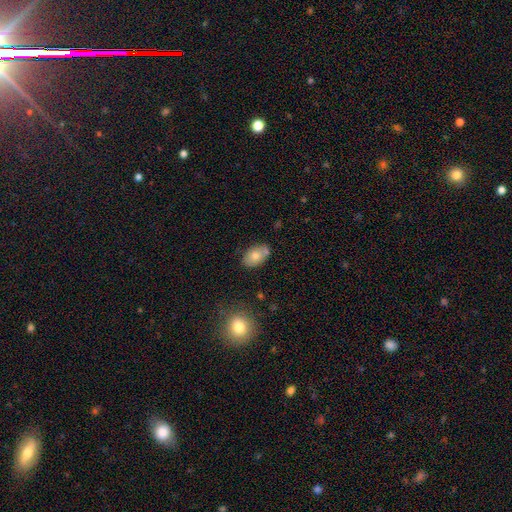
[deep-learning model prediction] The model was most divided on "merging": none: 67%, minor disturbance: 18%, merger: 12%, major disturbance: 4%. More confident: how rounded — in between (88%); smooth or featured — smooth (73%).